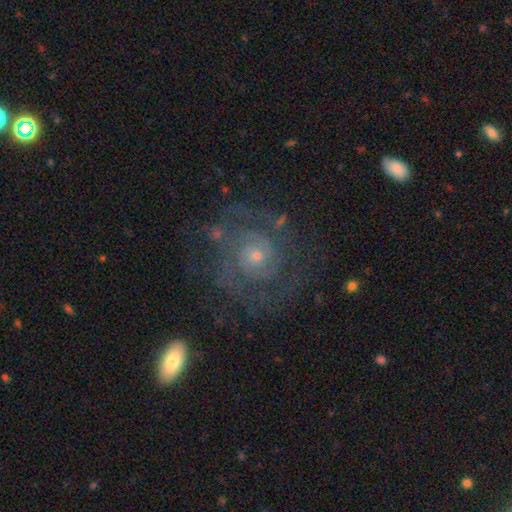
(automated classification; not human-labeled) Q: Smooth or featured?
A: featured or disk (79%); runner-up: star or artifact (11%)
Q: Edge-on disk?
A: no (97%); runner-up: yes (3%)
Q: Bar?
A: no (79%); runner-up: weak (17%)
Q: Spiral arms?
A: yes (92%); runner-up: no (8%)
Q: Spiral winding?
A: tight (63%); runner-up: medium (29%)
Q: Spiral arm count?
A: 2 (45%); runner-up: can't tell (29%)
Q: Bulge size?
A: small (60%); runner-up: moderate (33%)
Q: Merging?
A: none (74%); runner-up: minor disturbance (13%)